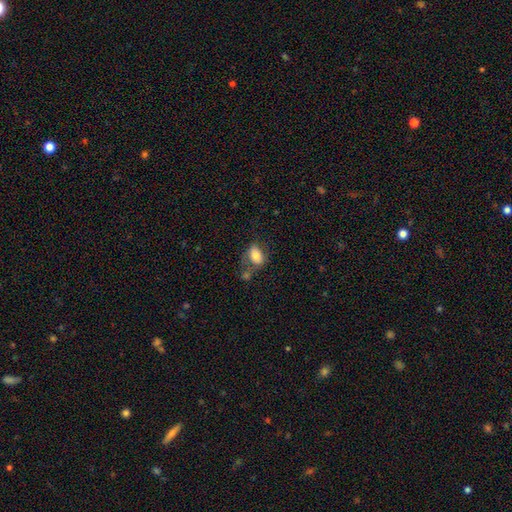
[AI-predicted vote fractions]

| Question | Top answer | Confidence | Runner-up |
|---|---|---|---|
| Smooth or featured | smooth | 76% | featured or disk (16%) |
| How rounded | in between | 85% | round (13%) |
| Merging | none | 43% | minor disturbance (22%) |